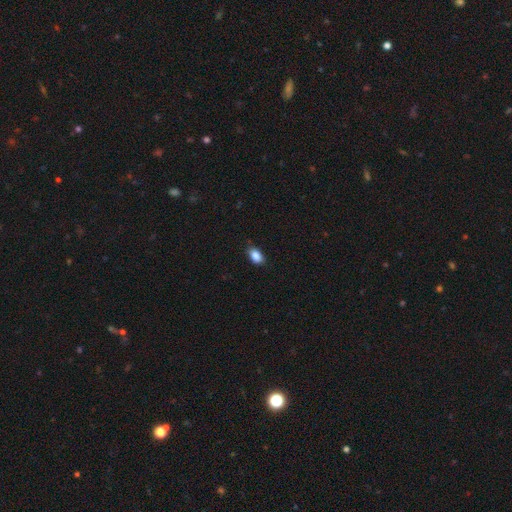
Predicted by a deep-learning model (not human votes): Overall: smooth (87%). How rounded: in between (89%). Merging: none (83%).